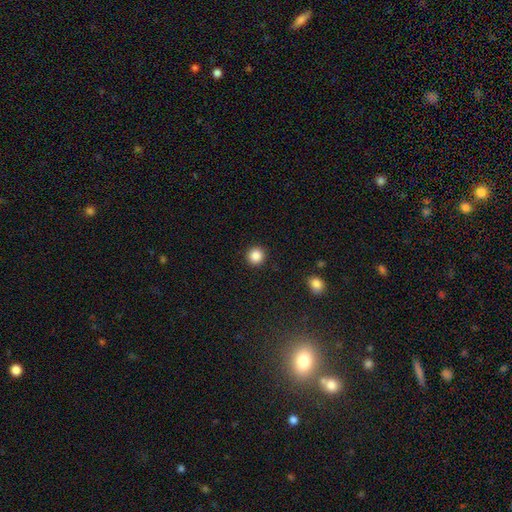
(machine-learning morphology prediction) Smooth or featured? Predicted: smooth (p=0.87). How rounded? Predicted: round (p=0.94). Merging? Predicted: none (p=0.93).